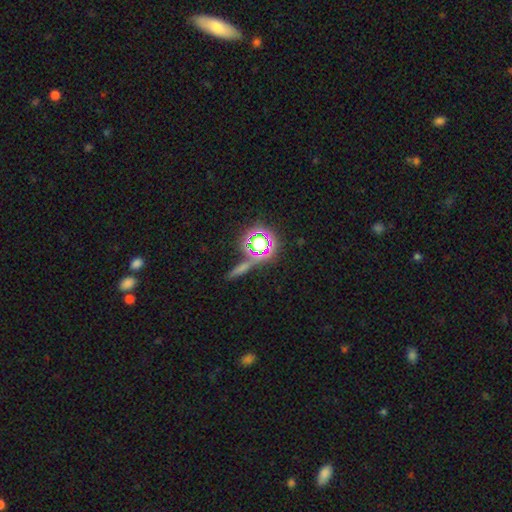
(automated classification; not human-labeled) smooth-or-featured: star or artifact: 71% | smooth: 19% | featured or disk: 9%